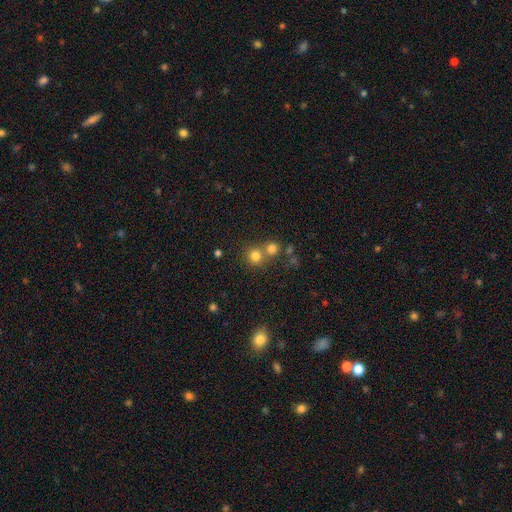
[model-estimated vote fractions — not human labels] Smooth or featured? smooth (78%)
How rounded? round (90%)
Merging? none (55%)